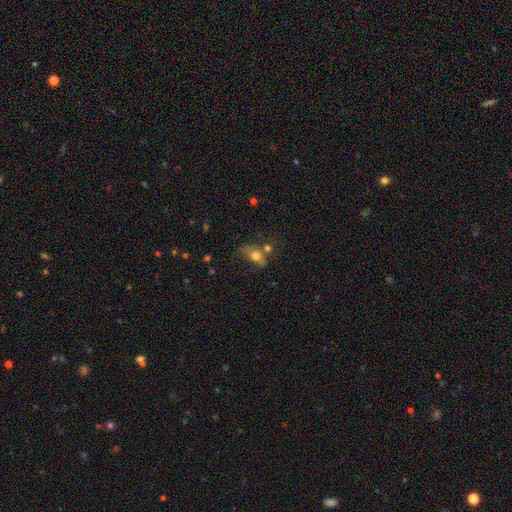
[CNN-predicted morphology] Smooth or featured: smooth — 69% (featured or disk — 19%)
How rounded: in between — 62% (round — 32%)
Merging: none — 39% (merger — 27%)